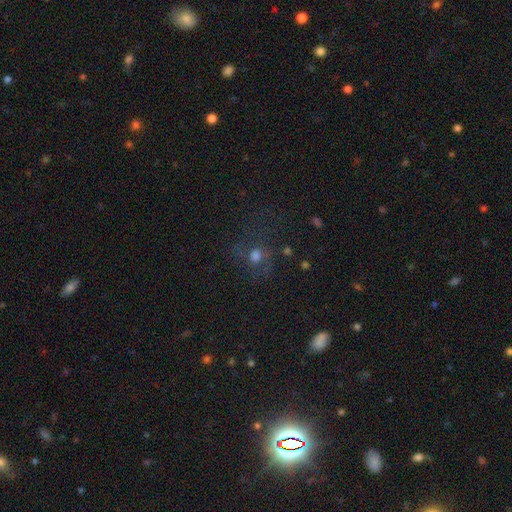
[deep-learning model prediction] smooth-or-featured: smooth: 42% | star or artifact: 30% | featured or disk: 28%
  merging: none: 62% | major disturbance: 18% | minor disturbance: 17% | merger: 3%